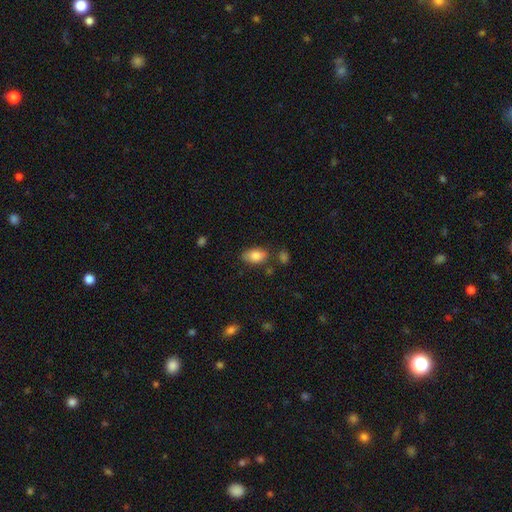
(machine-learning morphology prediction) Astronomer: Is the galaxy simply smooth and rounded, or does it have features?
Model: smooth — 84%.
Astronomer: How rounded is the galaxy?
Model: in between — 91%.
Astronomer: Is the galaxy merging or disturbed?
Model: none — 69%.